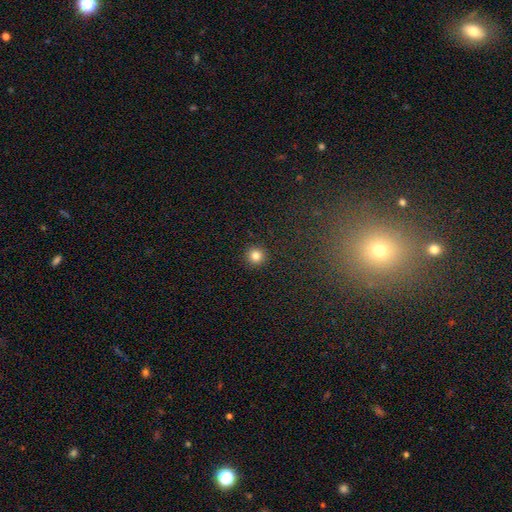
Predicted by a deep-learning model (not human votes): This is clearly a smooth galaxy (82%). How rounded: clearly round (96%). Merging: clearly none (93%).